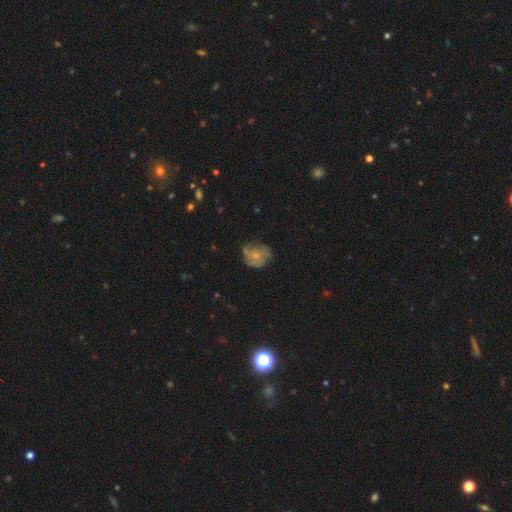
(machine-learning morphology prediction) Smooth or featured: featured or disk — 48% (smooth — 42%)
Merging: none — 51% (minor disturbance — 29%)